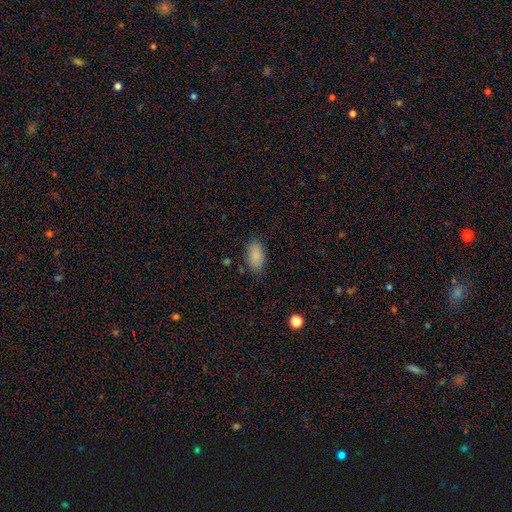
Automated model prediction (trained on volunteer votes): smooth_or_featured: smooth (p=0.87) [alt: star or artifact p=0.08]
how_rounded: in between (p=0.92) [alt: round p=0.05]
merging: none (p=0.79) [alt: minor disturbance p=0.16]